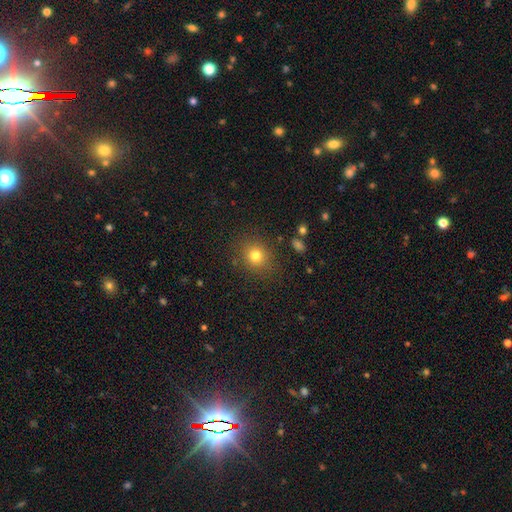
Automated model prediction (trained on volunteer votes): Overall: smooth (78%). How rounded: round (78%). Merging: none (85%).